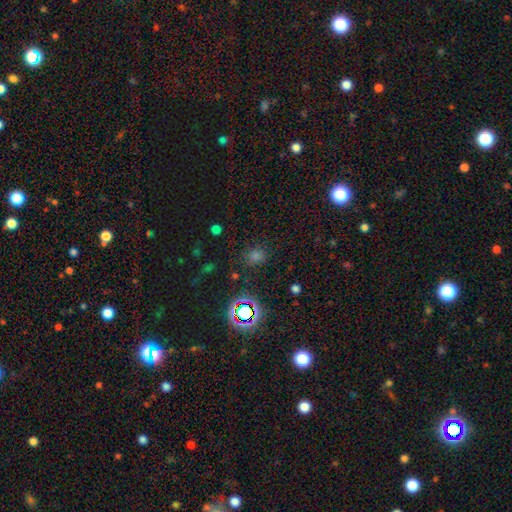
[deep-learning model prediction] This is possibly a smooth galaxy (56%). How rounded: likely round (72%). Merging: clearly none (83%).